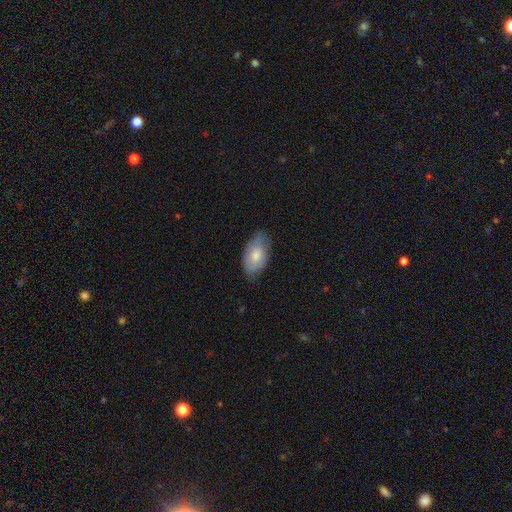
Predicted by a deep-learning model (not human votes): Smooth or featured?
  - smooth: 72% *
  - featured or disk: 22%
  - star or artifact: 6%
How rounded?
  - in between: 93% *
  - round: 5%
  - cigar-shaped: 2%
Merging?
  - none: 63% *
  - minor disturbance: 30%
  - major disturbance: 6%
  - merger: 1%